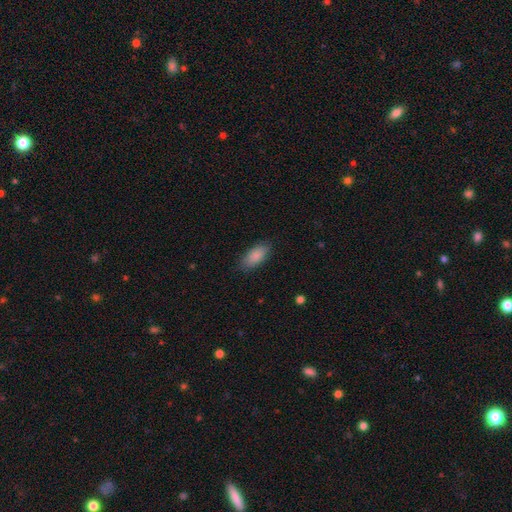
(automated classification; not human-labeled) smooth-or-featured: smooth: 88% | star or artifact: 6% | featured or disk: 6%
  how-rounded: in between: 88% | cigar-shaped: 10% | round: 2%
  merging: none: 84% | minor disturbance: 12% | major disturbance: 3% | merger: 1%